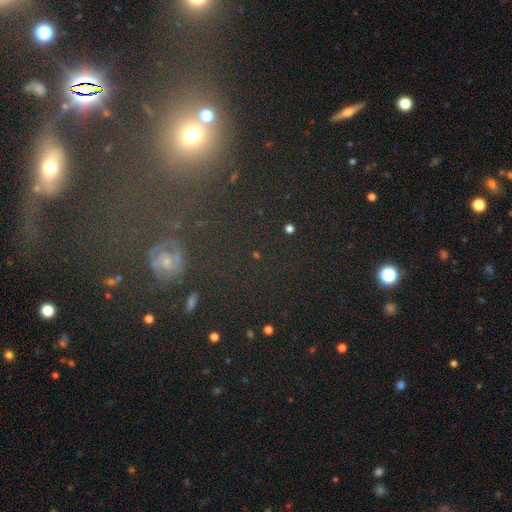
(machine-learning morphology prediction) smooth_or_featured: star or artifact (p=0.57) [alt: smooth p=0.31]